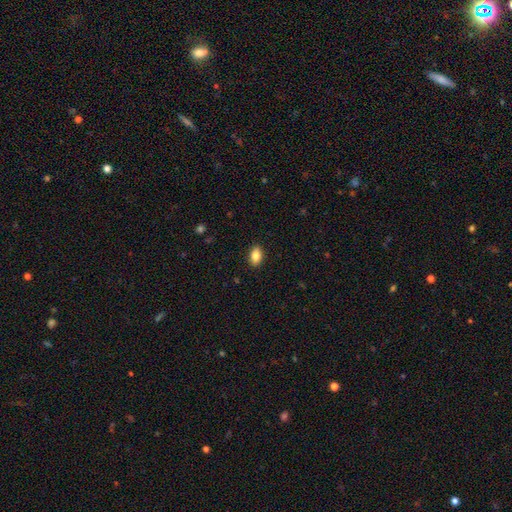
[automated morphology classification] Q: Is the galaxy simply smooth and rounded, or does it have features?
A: smooth — 85%.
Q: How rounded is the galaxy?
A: in between — 88%.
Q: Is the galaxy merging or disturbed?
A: none — 90%.